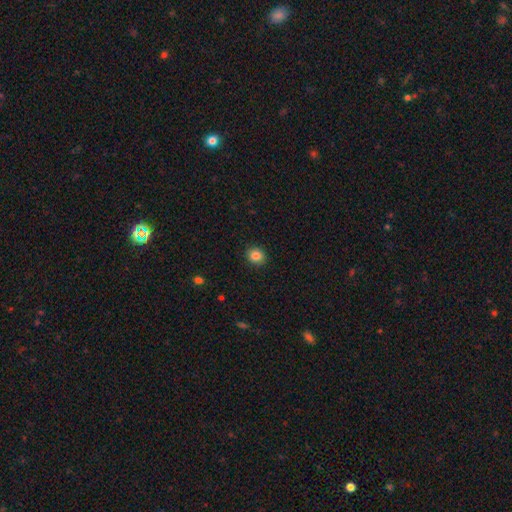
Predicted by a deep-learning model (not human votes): Smooth or featured? Predicted: smooth (p=0.85). How rounded? Predicted: round (p=0.81). Merging? Predicted: none (p=0.91).